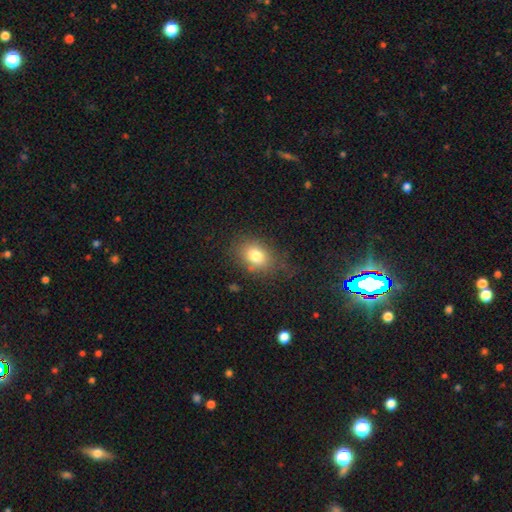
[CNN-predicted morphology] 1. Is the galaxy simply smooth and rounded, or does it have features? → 79% smooth, 11% star or artifact, 11% featured or disk.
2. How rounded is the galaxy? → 67% in between, 32% round, 1% cigar-shaped.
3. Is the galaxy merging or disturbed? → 73% none, 18% minor disturbance, 7% major disturbance, 2% merger.